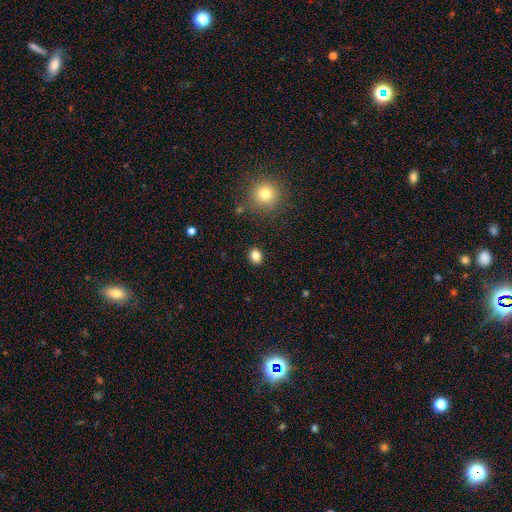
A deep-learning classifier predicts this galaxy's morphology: smooth-or-featured: smooth: 84% | star or artifact: 11% | featured or disk: 5%
  how-rounded: round: 54% | in between: 45% | cigar-shaped: 1%
  merging: none: 88% | minor disturbance: 8% | major disturbance: 3% | merger: 2%